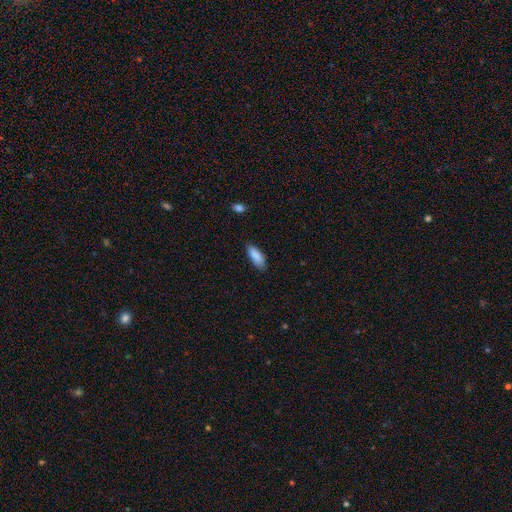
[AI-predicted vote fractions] Smooth or featured? Predicted: smooth (p=0.88). How rounded? Predicted: in between (p=0.70). Merging? Predicted: none (p=0.78).